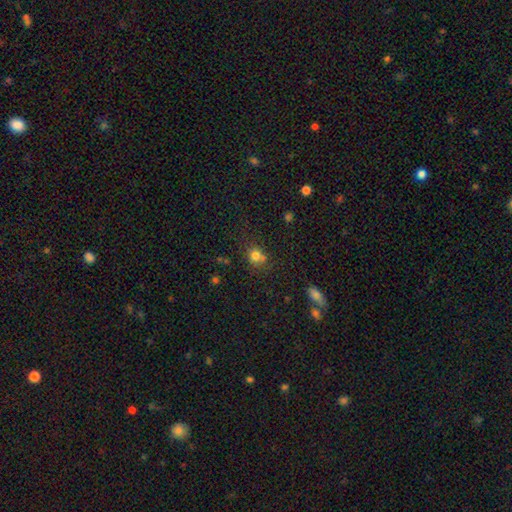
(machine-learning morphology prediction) smooth_or_featured: smooth (p=0.77) [alt: star or artifact p=0.15]
how_rounded: round (p=0.78) [alt: in between p=0.21]
merging: none (p=0.58) [alt: merger p=0.22]